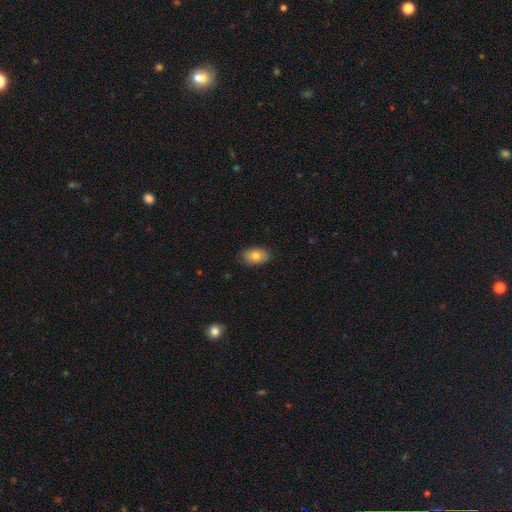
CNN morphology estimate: A smooth galaxy with no disk features (79%) that is in between round and cigar-shaped (87%). Merging: none (84%).